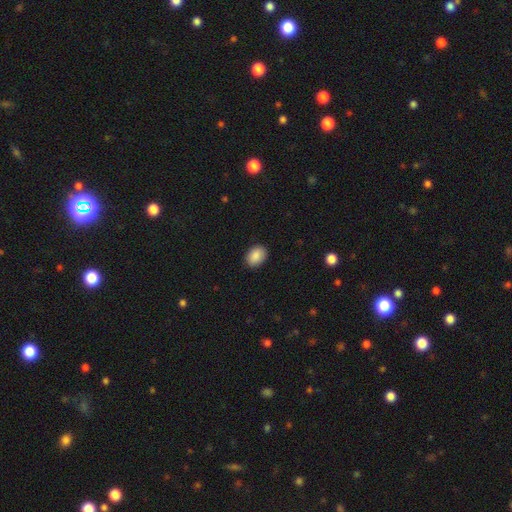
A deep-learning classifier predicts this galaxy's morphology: smooth_or_featured: smooth (p=0.89) [alt: star or artifact p=0.07]
how_rounded: in between (p=0.77) [alt: round p=0.22]
merging: none (p=0.89) [alt: minor disturbance p=0.08]